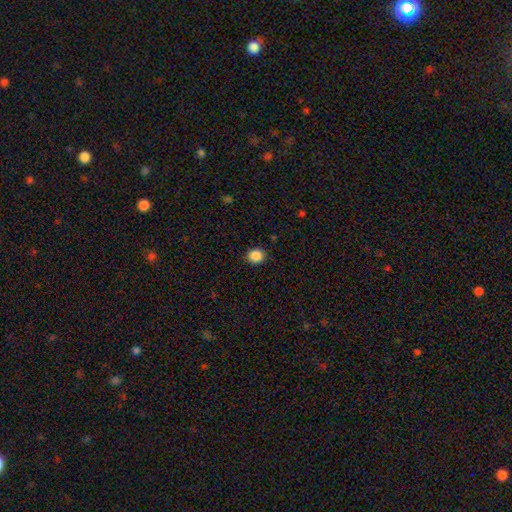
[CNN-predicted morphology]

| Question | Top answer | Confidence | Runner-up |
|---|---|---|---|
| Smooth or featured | smooth | 87% | star or artifact (10%) |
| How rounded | round | 85% | in between (14%) |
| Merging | none | 90% | minor disturbance (7%) |